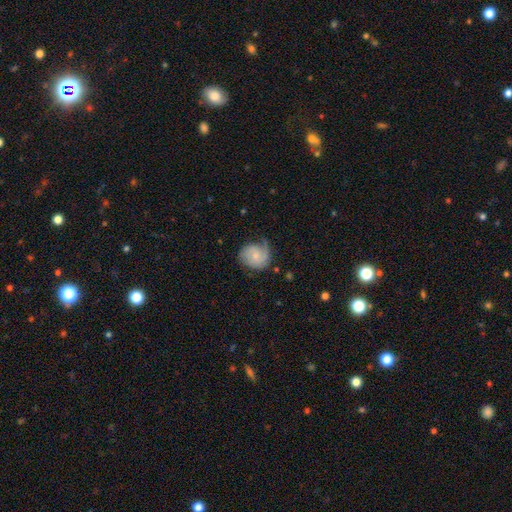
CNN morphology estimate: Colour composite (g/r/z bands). It shows a featured or disk galaxy (56%) with no bar (69%), spiral arms (89%) and a small central bulge (62%). Merging: none (49%).